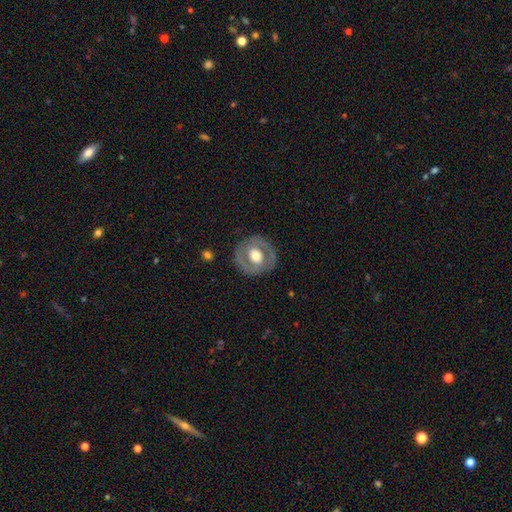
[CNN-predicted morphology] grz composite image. It shows a featured or disk galaxy (59%) with no bar (66%), no spiral arms (70%) and a moderate central bulge (61%). Merging: none (82%).